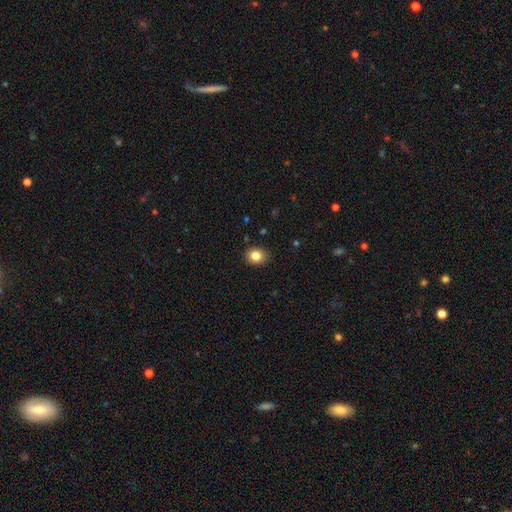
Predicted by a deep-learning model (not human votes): Q: Smooth or featured?
A: smooth (82%); runner-up: star or artifact (10%)
Q: How rounded?
A: round (55%); runner-up: in between (44%)
Q: Merging?
A: none (88%); runner-up: minor disturbance (9%)